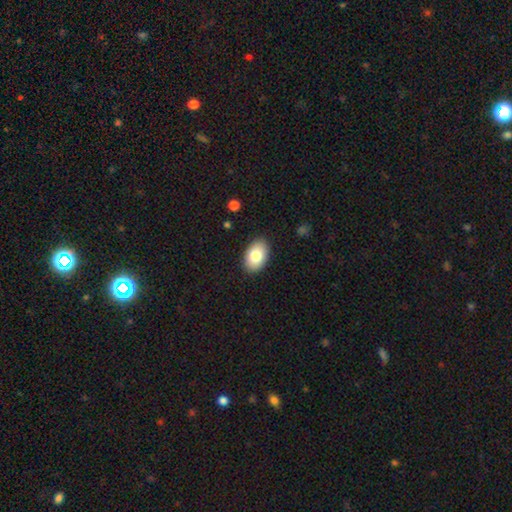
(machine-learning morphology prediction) Smooth or featured: smooth — 81% (featured or disk — 12%)
How rounded: in between — 91% (round — 8%)
Merging: none — 88% (minor disturbance — 9%)